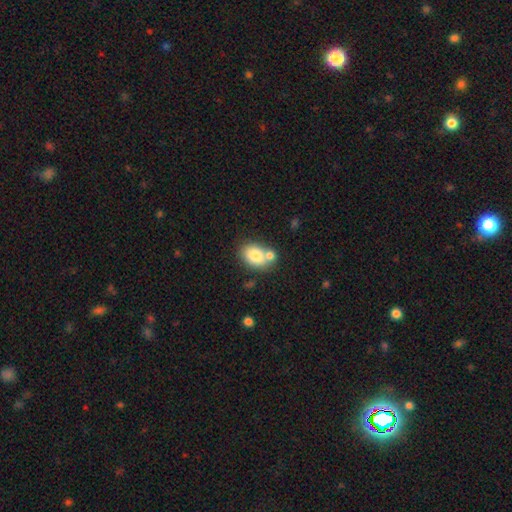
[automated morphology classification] The model was most divided on "merging": none: 54%, merger: 30%, minor disturbance: 12%, major disturbance: 4%. More confident: smooth or featured — smooth (79%); how rounded — in between (73%).